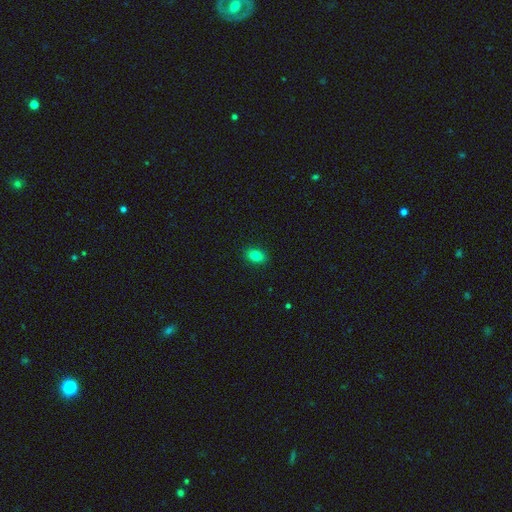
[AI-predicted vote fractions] This appears to be a smooth galaxy with no disk features (83%) that is in between round and cigar-shaped (79%). Merging: none (89%).